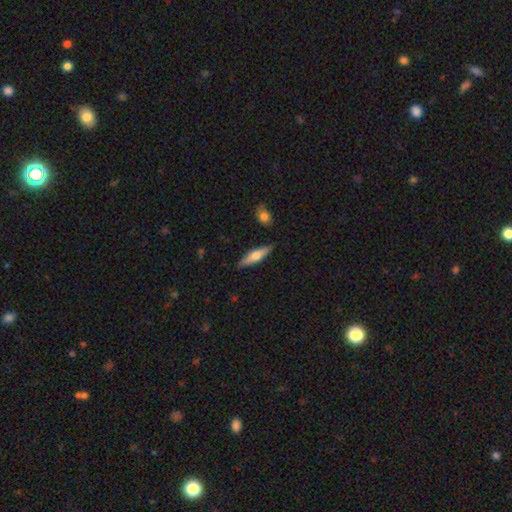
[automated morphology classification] smooth-or-featured: featured or disk: 50% | smooth: 44% | star or artifact: 6%
  disk-edge-on: yes: 92% | no: 8%
  merging: none: 85% | minor disturbance: 11% | major disturbance: 2% | merger: 2%